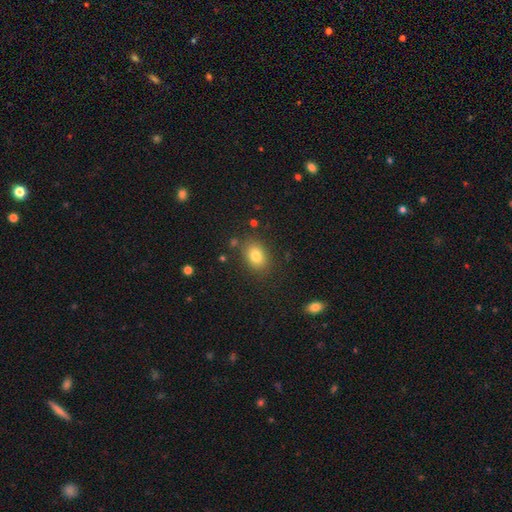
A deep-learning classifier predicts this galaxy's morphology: This is clearly a smooth galaxy (81%). How rounded: likely in between (68%). Merging: clearly none (83%).